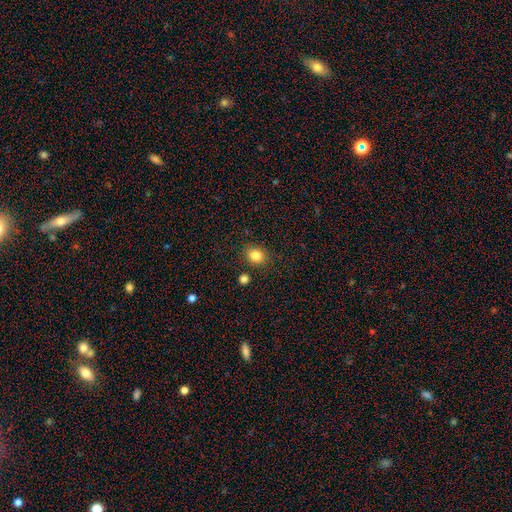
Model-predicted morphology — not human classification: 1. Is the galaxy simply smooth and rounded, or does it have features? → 84% smooth, 11% star or artifact, 6% featured or disk.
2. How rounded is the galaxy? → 61% round, 38% in between, 1% cigar-shaped.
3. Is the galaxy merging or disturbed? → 84% none, 10% minor disturbance, 4% merger, 3% major disturbance.